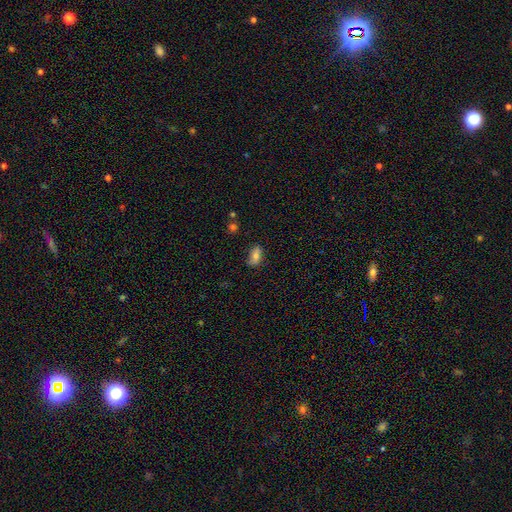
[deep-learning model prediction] Morphology: type=smooth (72%); roundness=in between (86%); merging=none (75%).